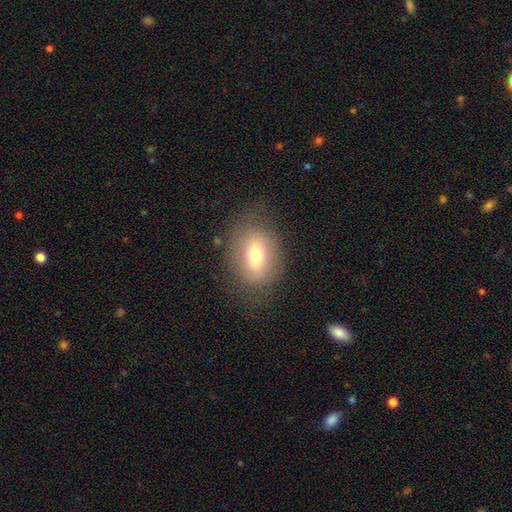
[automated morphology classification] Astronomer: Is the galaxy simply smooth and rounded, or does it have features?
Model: smooth — 62%.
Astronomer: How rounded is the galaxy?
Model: in between — 62%.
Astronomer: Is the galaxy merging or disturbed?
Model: none — 75%.